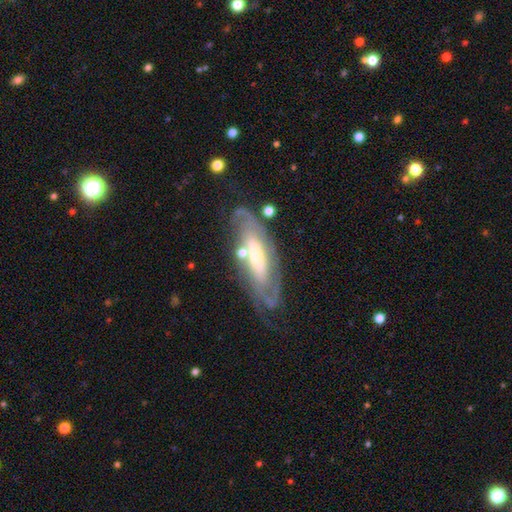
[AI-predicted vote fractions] Smooth or featured?
  - featured or disk: 77% *
  - smooth: 18%
  - star or artifact: 6%
Edge-on disk?
  - no: 79% *
  - yes: 21%
Bar?
  - no: 50% *
  - weak: 29%
  - strong: 21%
Spiral arms?
  - yes: 86% *
  - no: 14%
Spiral winding?
  - tight: 56% *
  - medium: 32%
  - loose: 12%
Spiral arm count?
  - can't tell: 43% *
  - 2: 39%
  - 1: 6%
  - 3: 6%
  - 4: 3%
  - more than 4: 3%
Bulge size?
  - small: 40% *
  - moderate: 39%
  - large: 14%
  - none: 4%
  - dominant: 3%
Merging?
  - none: 61% *
  - minor disturbance: 21%
  - major disturbance: 13%
  - merger: 6%